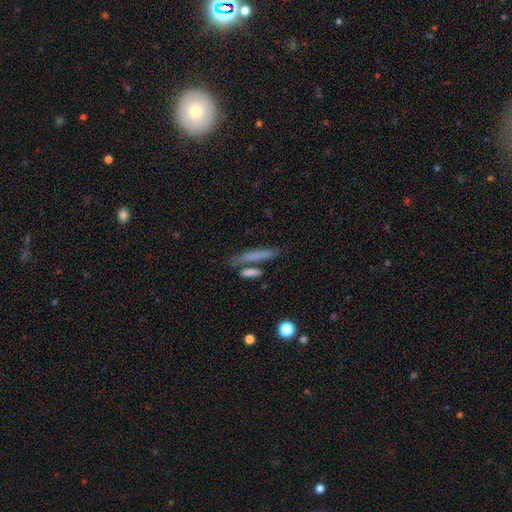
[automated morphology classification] Q: Smooth or featured?
A: smooth (68%); runner-up: featured or disk (23%)
Q: How rounded?
A: cigar-shaped (87%); runner-up: in between (9%)
Q: Merging?
A: none (70%); runner-up: merger (16%)